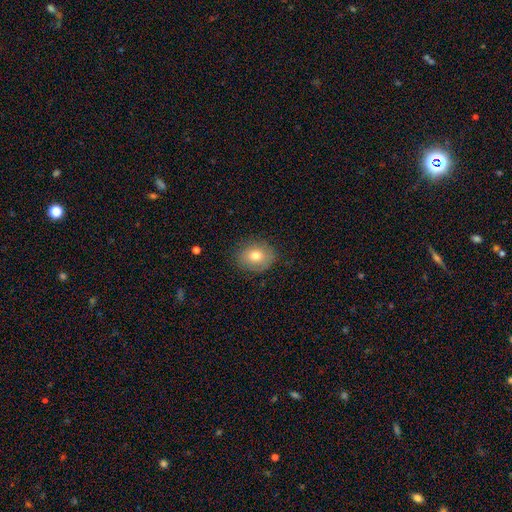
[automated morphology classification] Q: Smooth or featured?
A: smooth (76%); runner-up: featured or disk (15%)
Q: How rounded?
A: round (58%); runner-up: in between (41%)
Q: Merging?
A: none (82%); runner-up: minor disturbance (13%)